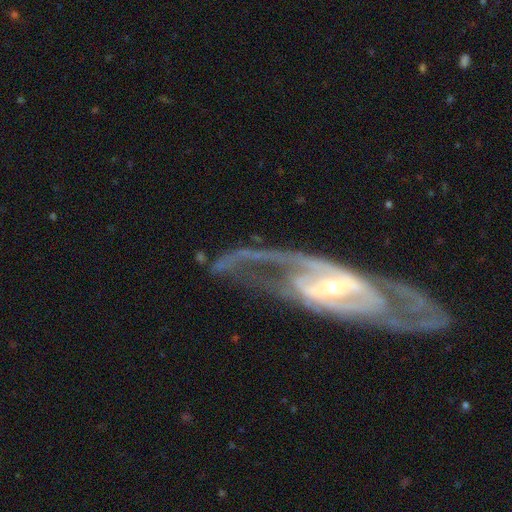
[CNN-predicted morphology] Overall: featured or disk (89%). Edge-on disk: no (87%). Bar: strong (46%; weak 33%). Spiral arms: yes (93%). Spiral arm count: 2 (75%). Spiral winding: medium (48%; tight 35%). Bulge size: small (69%). Merging: none (74%).